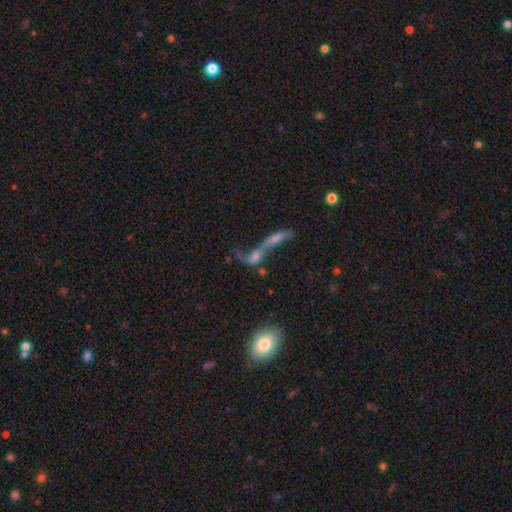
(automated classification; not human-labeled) Smooth or featured: featured or disk — 52% (smooth — 31%)
Edge-on disk: no — 81% (yes — 19%)
Merging: merger — 62% (major disturbance — 16%)